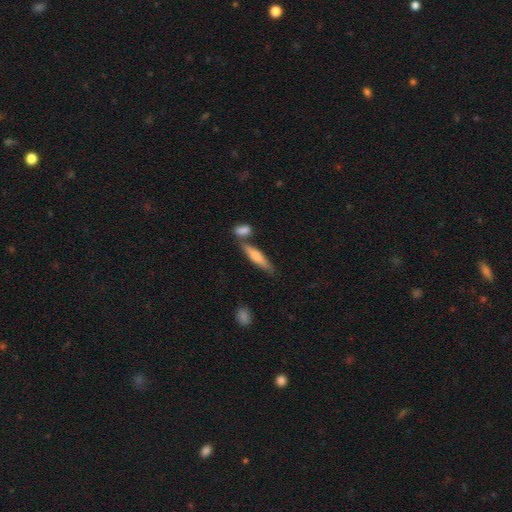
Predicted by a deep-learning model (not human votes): This appears to be a smooth galaxy with no disk features (59%) that is cigar-shaped (79%). Merging: none (68%).